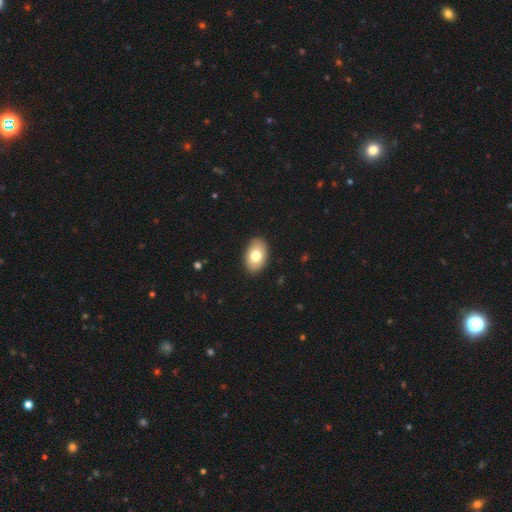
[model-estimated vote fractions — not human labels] A smooth galaxy with no disk features (76%) that is in between round and cigar-shaped (89%).

Vote fractions:
- Smooth or featured? smooth: 76% / featured or disk: 16% / star or artifact: 7%
- How rounded? in between: 89% / round: 10% / cigar-shaped: 1%
- Merging? none: 89% / minor disturbance: 8% / major disturbance: 2% / merger: 1%